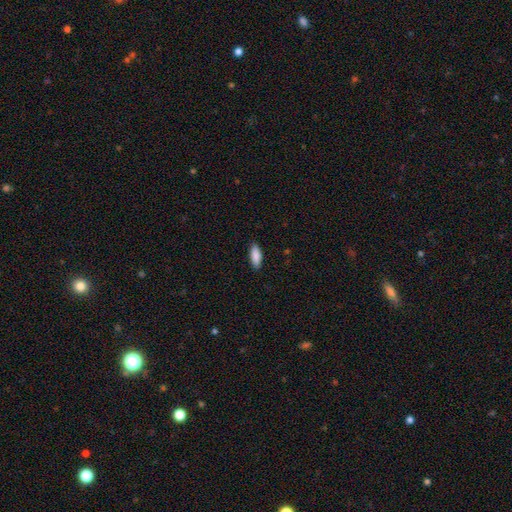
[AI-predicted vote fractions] Smooth or featured? Predicted: smooth (p=0.88). How rounded? Predicted: in between (p=0.62). Merging? Predicted: none (p=0.89).